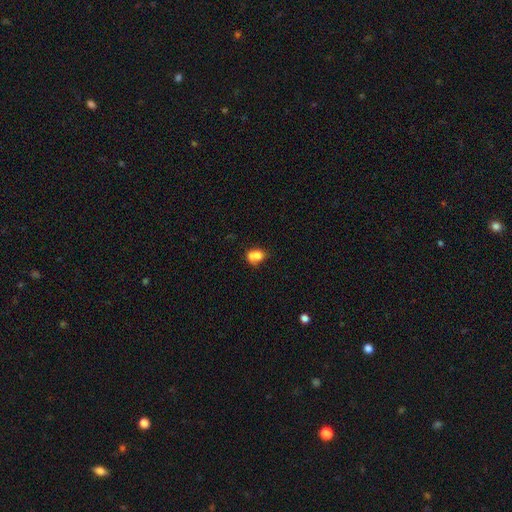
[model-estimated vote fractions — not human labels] This appears to be a smooth galaxy with no disk features (74%) that is in between round and cigar-shaped (59%). Merging: merger (46%).